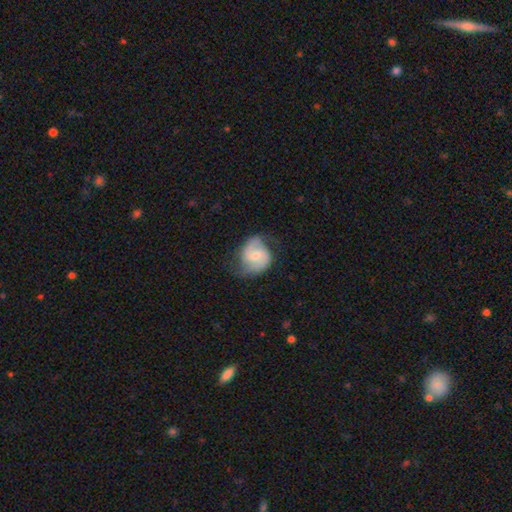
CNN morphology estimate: The model was most divided on "bulge size": moderate: 47%, small: 46%, none: 3%, large: 3%, dominant: 1%. Remaining: edge-on disk — no (98%); spiral arms — yes (92%); spiral arm count — 2 (84%); smooth or featured — featured or disk (72%); merging — none (62%); bar — no (50%); spiral winding — medium (48%).